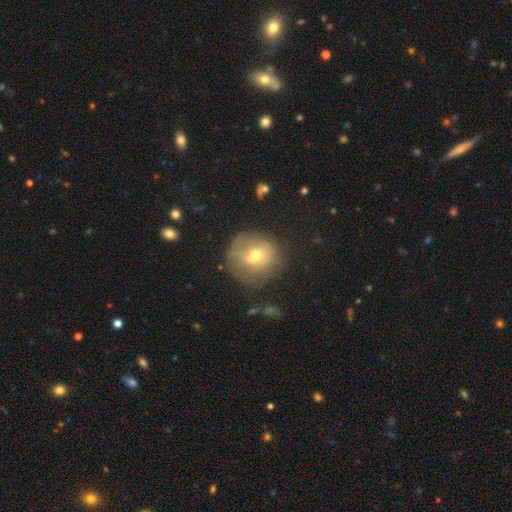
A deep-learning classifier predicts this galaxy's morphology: A smooth galaxy with no disk features (58%) that is round (88%).

Vote fractions:
- Smooth or featured? smooth: 58% / featured or disk: 31% / star or artifact: 11%
- How rounded? round: 88% / in between: 11% / cigar-shaped: 1%
- Merging? none: 61% / minor disturbance: 24% / major disturbance: 13% / merger: 3%